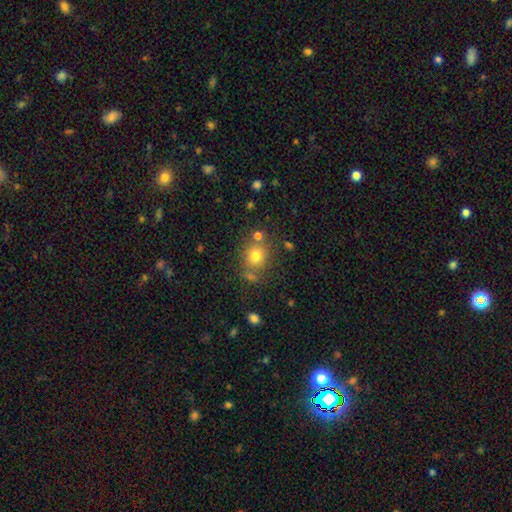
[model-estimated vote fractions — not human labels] A smooth galaxy with no disk features (75%) that is round (82%). Merging: none (71%).